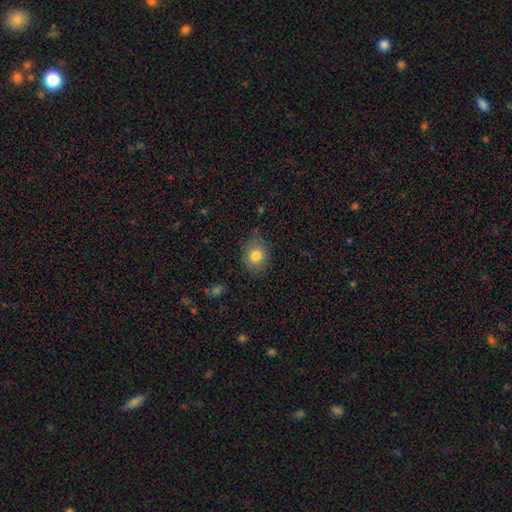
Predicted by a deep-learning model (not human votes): This appears to be a smooth galaxy with no disk features (80%) that is round (57%). Merging: none (73%).